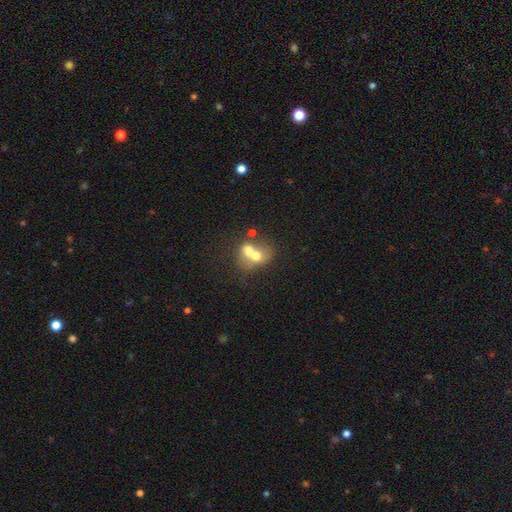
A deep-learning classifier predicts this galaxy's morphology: Smooth or featured? Predicted: smooth (p=0.61). How rounded? Predicted: round (p=0.57). Merging? Predicted: merger (p=0.71).